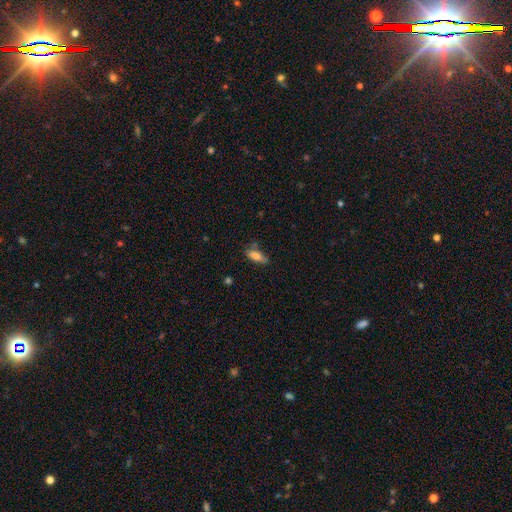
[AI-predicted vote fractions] A smooth galaxy with no disk features (78%) that is in between round and cigar-shaped (71%). Merging: none (62%).